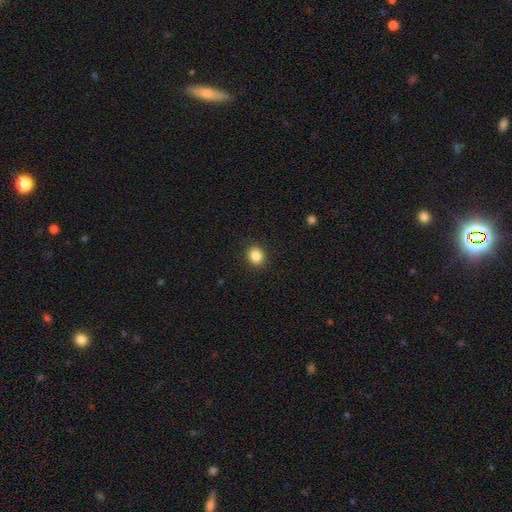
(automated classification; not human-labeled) Smooth or featured? Predicted: smooth (p=0.85). How rounded? Predicted: round (p=0.74). Merging? Predicted: none (p=0.91).